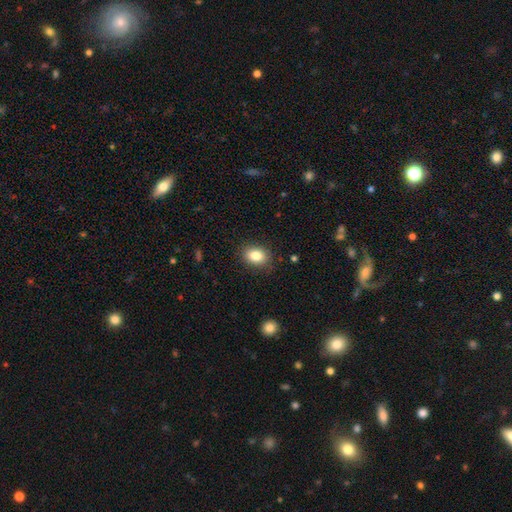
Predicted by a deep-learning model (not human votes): Smooth or featured? Predicted: smooth (p=0.84). How rounded? Predicted: in between (p=0.71). Merging? Predicted: none (p=0.86).